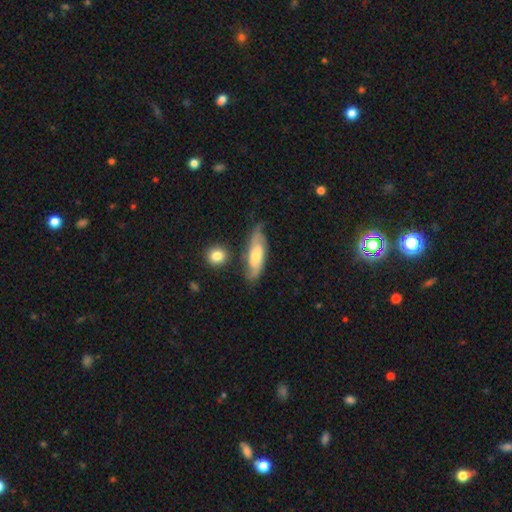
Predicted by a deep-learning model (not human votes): A featured or disk galaxy (57%). Merging: none (64%).